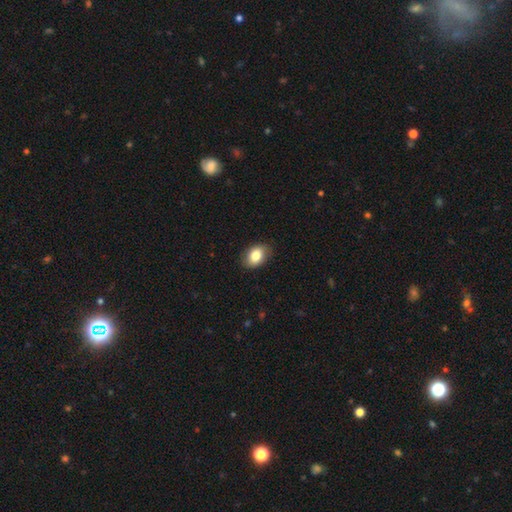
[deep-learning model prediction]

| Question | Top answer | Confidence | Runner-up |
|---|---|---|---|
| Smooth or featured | smooth | 82% | featured or disk (10%) |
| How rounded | in between | 82% | round (17%) |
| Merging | none | 85% | minor disturbance (12%) |